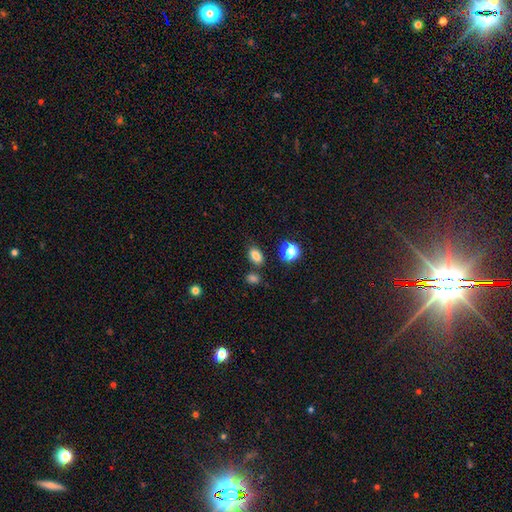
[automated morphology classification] Smooth or featured: smooth — 81% (star or artifact — 13%)
How rounded: in between — 83% (round — 15%)
Merging: none — 73% (minor disturbance — 14%)